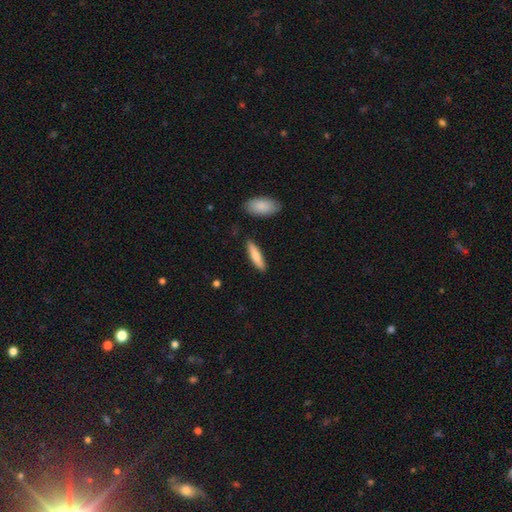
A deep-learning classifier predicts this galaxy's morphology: smooth_or_featured: smooth (p=0.78) [alt: featured or disk p=0.17]
how_rounded: cigar-shaped (p=0.74) [alt: in between p=0.24]
merging: none (p=0.87) [alt: minor disturbance p=0.08]